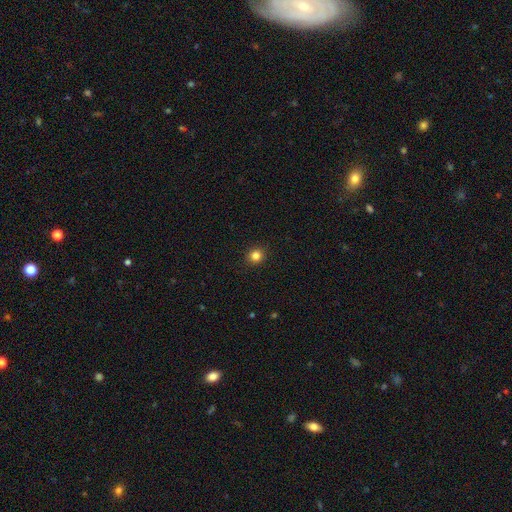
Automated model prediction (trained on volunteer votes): This appears to be a smooth galaxy with no disk features (83%) that is round (90%). Merging: none (92%).